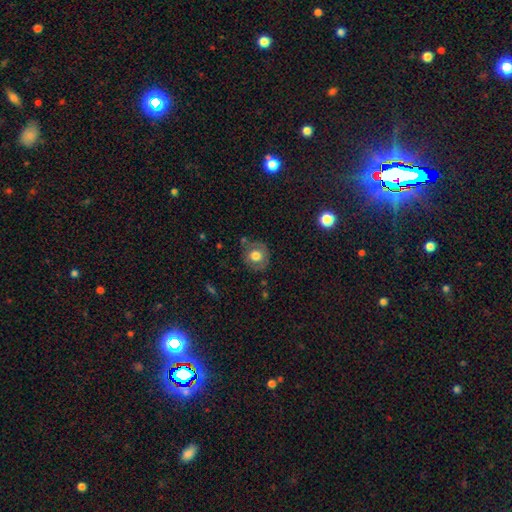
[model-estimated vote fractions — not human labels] Smooth or featured? Predicted: smooth (p=0.67). How rounded? Predicted: round (p=0.83). Merging? Predicted: none (p=0.71).